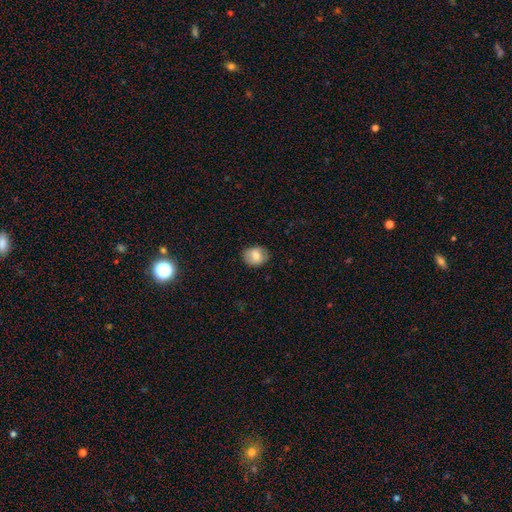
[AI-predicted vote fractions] smooth-or-featured: smooth: 76% | featured or disk: 16% | star or artifact: 8%
  how-rounded: in between: 50% | round: 49% | cigar-shaped: 1%
  merging: none: 85% | minor disturbance: 11% | major disturbance: 3% | merger: 1%